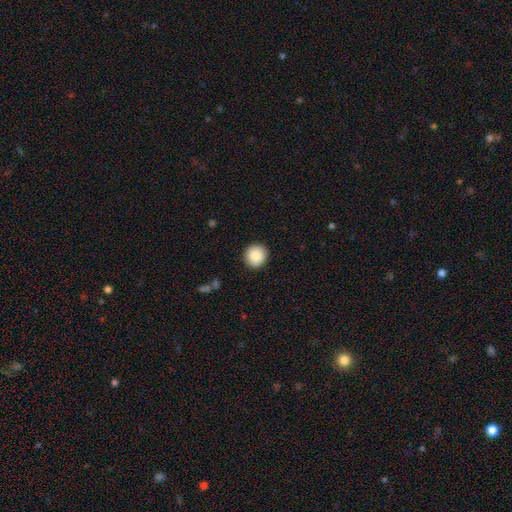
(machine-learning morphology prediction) A smooth galaxy with no disk features (86%) that is round (91%). Merging: none (92%).